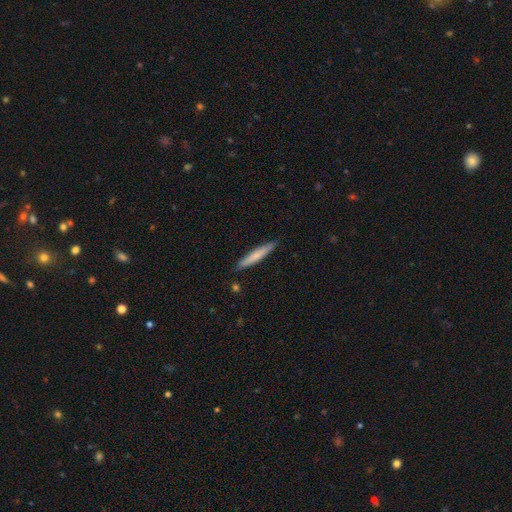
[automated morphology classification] smooth-or-featured: smooth: 69% | featured or disk: 26% | star or artifact: 5%
  how-rounded: cigar-shaped: 95% | in between: 4% | round: 1%
  merging: none: 88% | minor disturbance: 9% | merger: 2% | major disturbance: 1%